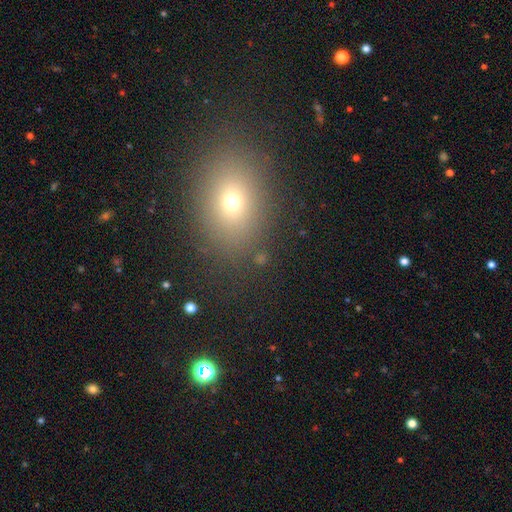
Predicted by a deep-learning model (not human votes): This appears to be a smooth galaxy with no disk features (65%) that is in between round and cigar-shaped (65%). Merging: none (86%).